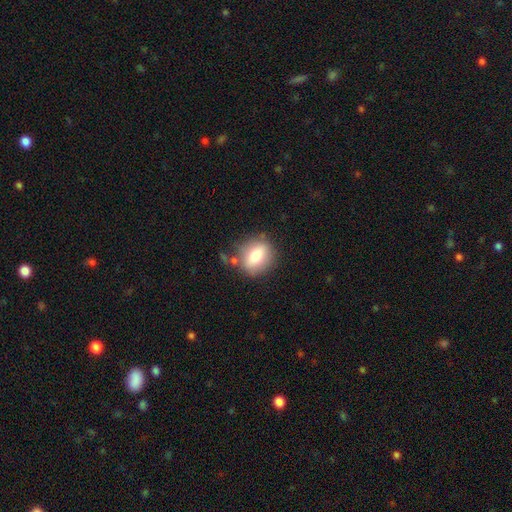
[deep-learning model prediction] Q: Smooth or featured?
A: smooth (71%); runner-up: featured or disk (20%)
Q: How rounded?
A: round (58%); runner-up: in between (39%)
Q: Merging?
A: none (76%); runner-up: minor disturbance (14%)